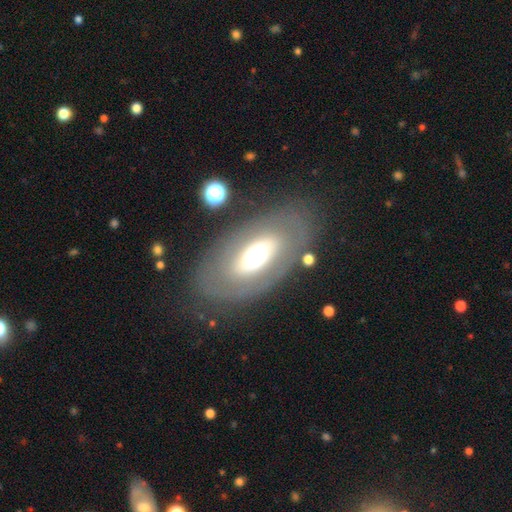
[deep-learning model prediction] Smooth or featured: featured or disk — 50% (smooth — 41%)
Merging: none — 76% (minor disturbance — 12%)